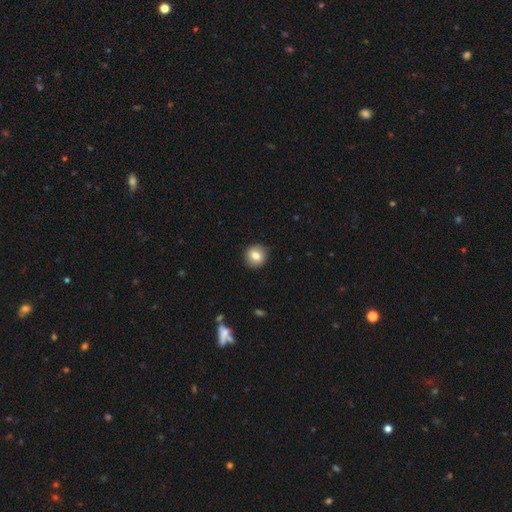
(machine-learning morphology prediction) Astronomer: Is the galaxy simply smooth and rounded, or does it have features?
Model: smooth — 79%.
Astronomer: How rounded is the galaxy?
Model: round — 90%.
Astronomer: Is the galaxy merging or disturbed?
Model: none — 90%.